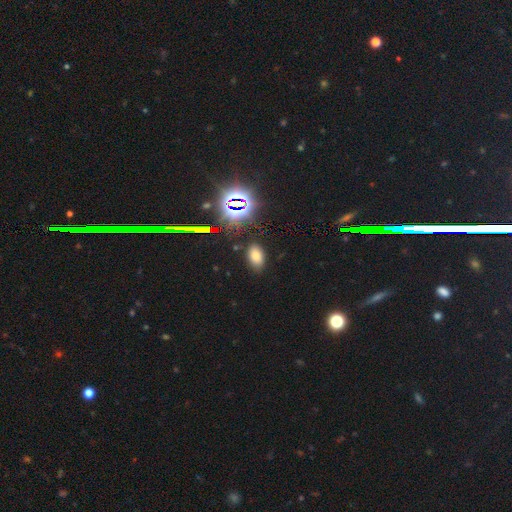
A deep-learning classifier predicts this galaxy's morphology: Q: Smooth or featured?
A: smooth (68%); runner-up: star or artifact (24%)
Q: How rounded?
A: in between (89%); runner-up: round (9%)
Q: Merging?
A: none (83%); runner-up: minor disturbance (12%)